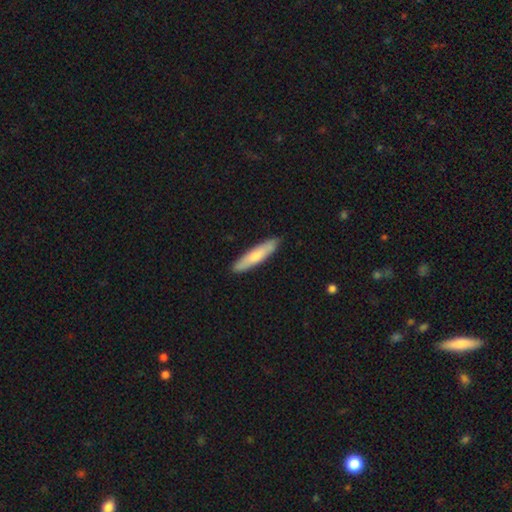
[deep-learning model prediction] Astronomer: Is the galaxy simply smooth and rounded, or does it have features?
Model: smooth — 72%.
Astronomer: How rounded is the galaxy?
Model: cigar-shaped — 85%.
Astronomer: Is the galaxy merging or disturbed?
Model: none — 89%.